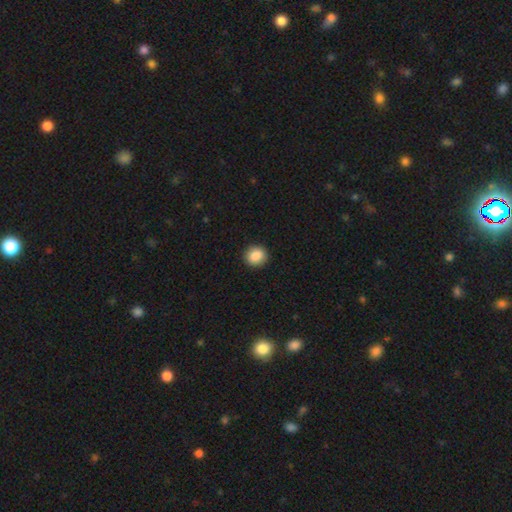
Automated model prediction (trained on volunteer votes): A smooth galaxy with no disk features (88%) that is round (86%).

Vote fractions:
- Smooth or featured? smooth: 88% / star or artifact: 8% / featured or disk: 4%
- How rounded? round: 86% / in between: 13% / cigar-shaped: 1%
- Merging? none: 92% / minor disturbance: 5% / major disturbance: 2% / merger: 1%